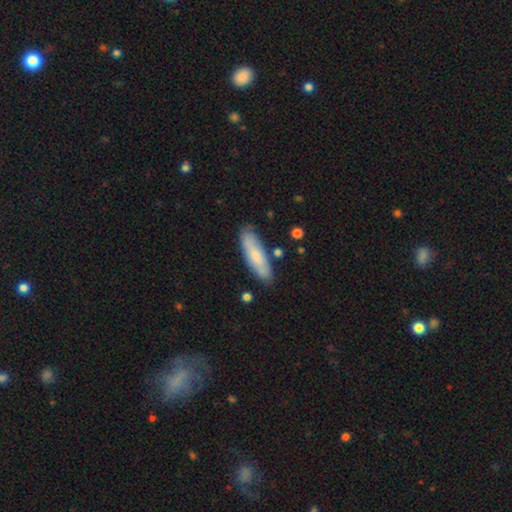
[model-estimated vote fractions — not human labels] Overall: smooth (67%). How rounded: cigar-shaped (58%; in between 41%). Merging: none (82%).